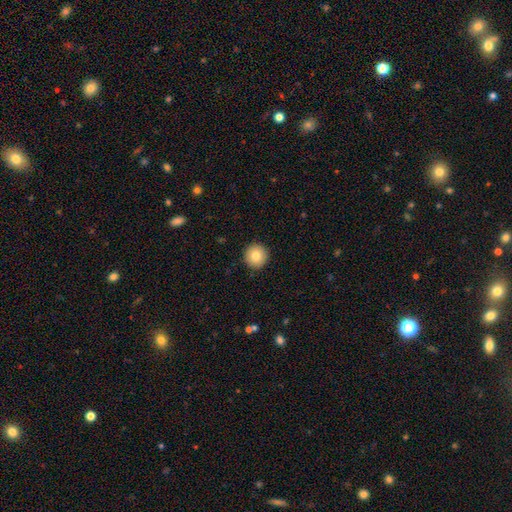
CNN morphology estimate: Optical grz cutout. It shows a smooth galaxy with no disk features (83%) that is round (96%). Merging: none (92%).